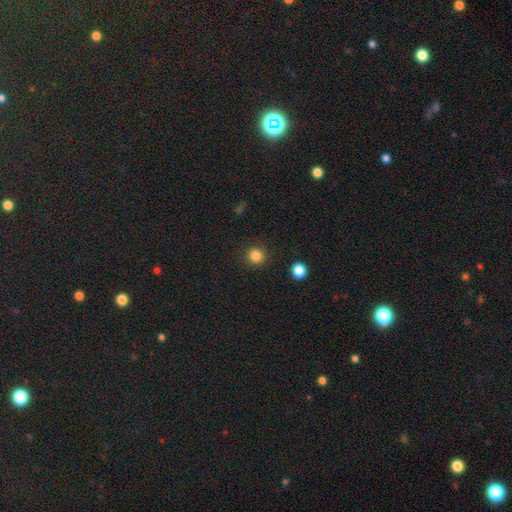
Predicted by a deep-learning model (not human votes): Smooth or featured? smooth (84%)
How rounded? round (94%)
Merging? none (91%)